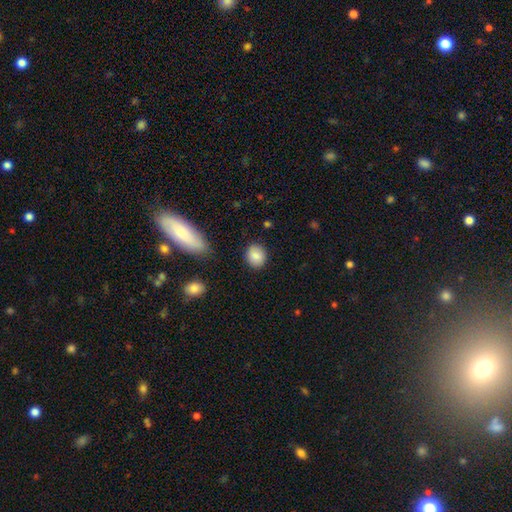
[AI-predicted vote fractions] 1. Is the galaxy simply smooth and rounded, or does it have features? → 87% smooth, 8% star or artifact, 5% featured or disk.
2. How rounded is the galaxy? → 70% round, 29% in between, 1% cigar-shaped.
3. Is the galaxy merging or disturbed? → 87% none, 8% minor disturbance, 3% major disturbance, 2% merger.